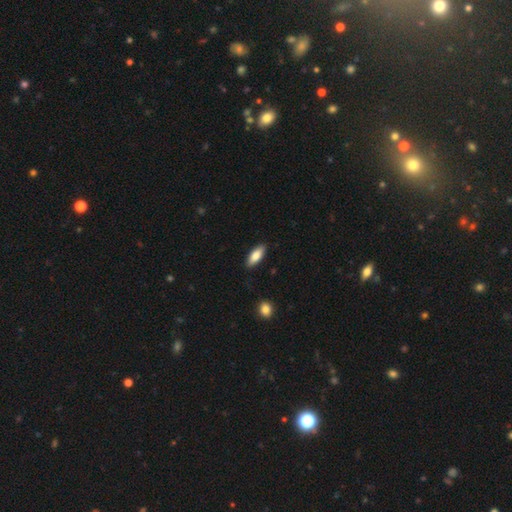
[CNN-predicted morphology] Smooth or featured?
  - smooth: 82% *
  - featured or disk: 12%
  - star or artifact: 6%
How rounded?
  - in between: 75% *
  - cigar-shaped: 23%
  - round: 2%
Merging?
  - none: 88% *
  - minor disturbance: 9%
  - major disturbance: 2%
  - merger: 1%